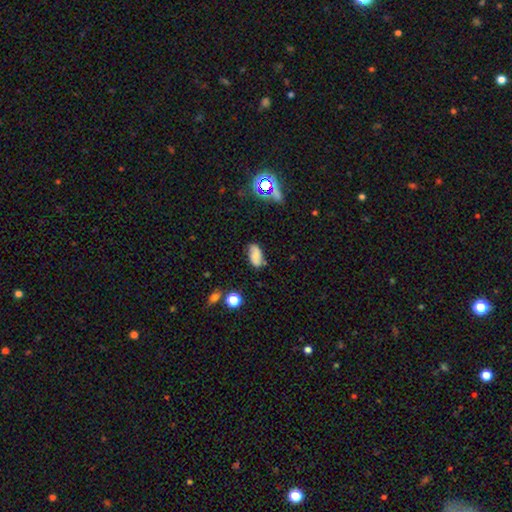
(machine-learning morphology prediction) Smooth or featured? smooth (66%)
How rounded? in between (92%)
Merging? none (68%)